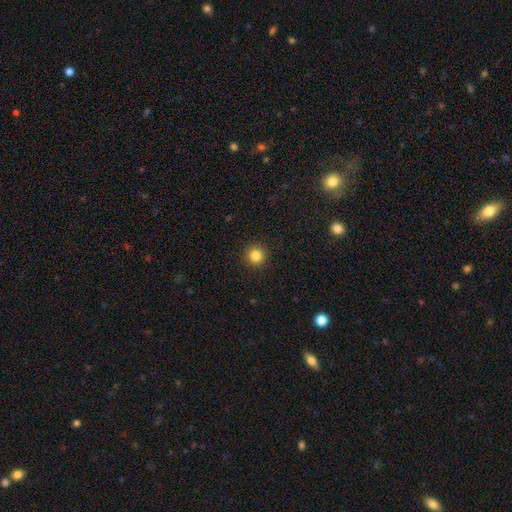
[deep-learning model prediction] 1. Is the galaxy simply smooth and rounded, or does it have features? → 84% smooth, 11% star or artifact, 4% featured or disk.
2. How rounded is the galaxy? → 95% round, 4% in between, 1% cigar-shaped.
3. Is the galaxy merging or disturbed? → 92% none, 5% minor disturbance, 2% major disturbance, 1% merger.